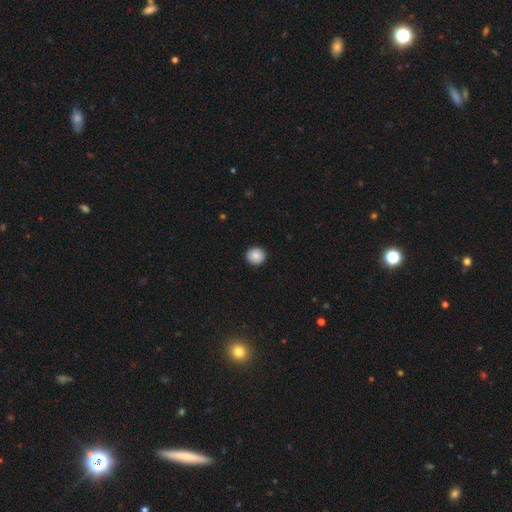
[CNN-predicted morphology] Smooth or featured?
  - smooth: 88% *
  - star or artifact: 9%
  - featured or disk: 4%
How rounded?
  - round: 93% *
  - in between: 6%
  - cigar-shaped: 1%
Merging?
  - none: 93% *
  - minor disturbance: 5%
  - major disturbance: 2%
  - merger: 1%